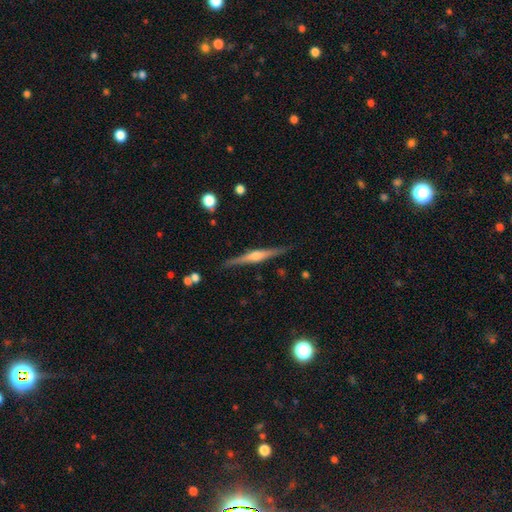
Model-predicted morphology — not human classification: smooth_or_featured: featured or disk (p=0.79) [alt: smooth p=0.16]
disk_edge_on: yes (p=0.98) [alt: no p=0.02]
edge_on_bulge: rounded (p=0.86) [alt: boxy p=0.09]
merging: none (p=0.89) [alt: minor disturbance p=0.08]